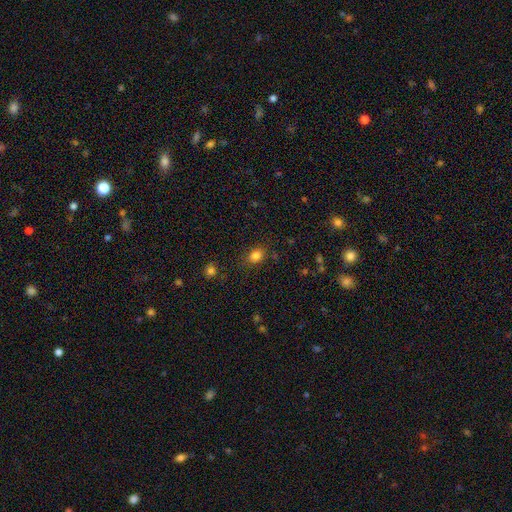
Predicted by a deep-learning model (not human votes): smooth 83%, star or artifact 12%, featured or disk 5%. Down the decision tree: how rounded — in between (65%); merging — none (83%).